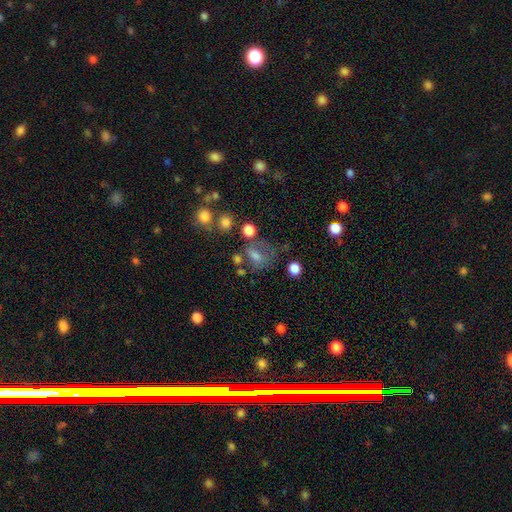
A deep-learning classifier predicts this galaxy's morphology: This is possibly a smooth galaxy (55%). How rounded: possibly in between (58%). Merging: marginally none (45%).